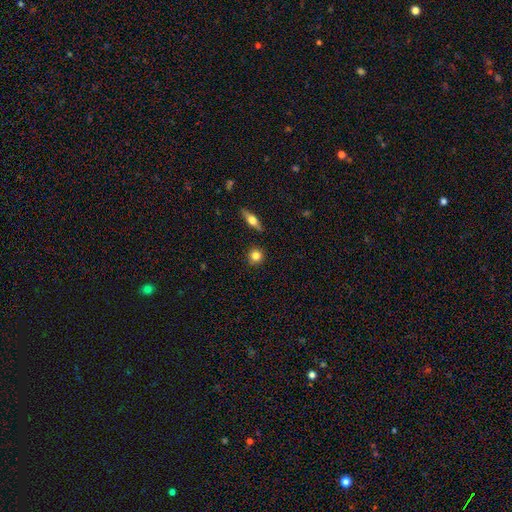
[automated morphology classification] type=smooth (80%); roundness=round (90%); merging=none (88%).